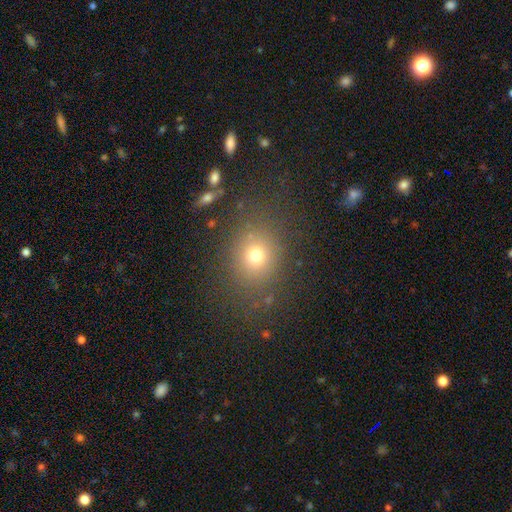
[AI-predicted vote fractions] A smooth galaxy with no disk features (72%) that is round (72%). Merging: none (80%).